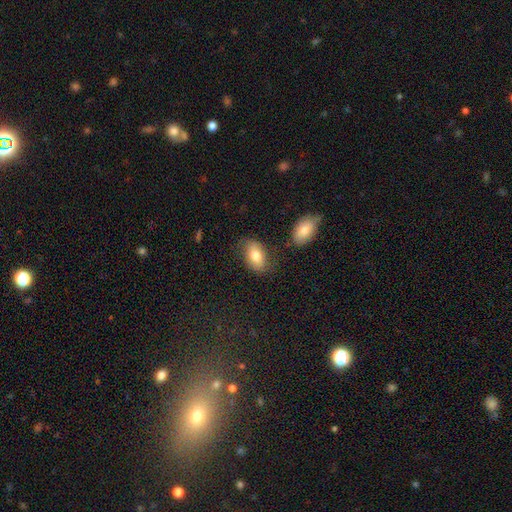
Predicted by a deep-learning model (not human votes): Overall: smooth (78%). How rounded: in between (90%). Merging: none (71%).